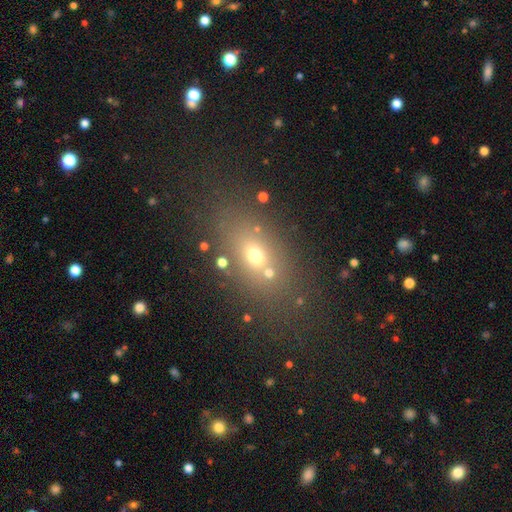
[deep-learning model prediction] Smooth or featured? smooth (60%)
How rounded? in between (71%)
Merging? none (71%)